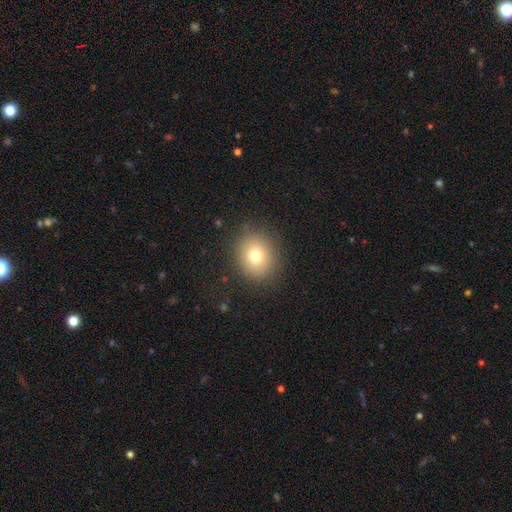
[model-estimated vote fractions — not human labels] Smooth or featured? smooth (76%)
How rounded? round (71%)
Merging? none (86%)